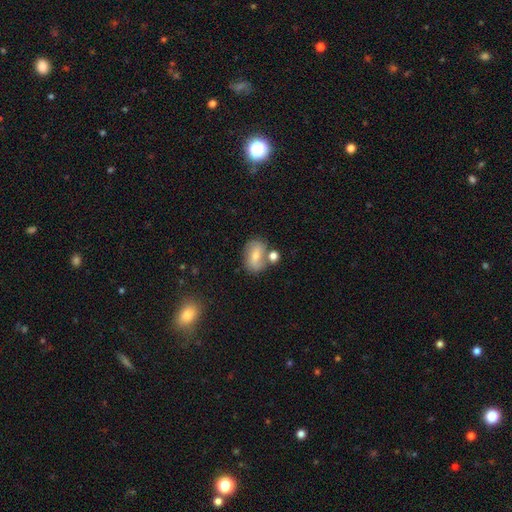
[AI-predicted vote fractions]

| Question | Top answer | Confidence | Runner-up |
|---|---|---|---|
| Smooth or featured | smooth | 58% | featured or disk (33%) |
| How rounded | in between | 71% | round (26%) |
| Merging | none | 59% | merger (22%) |